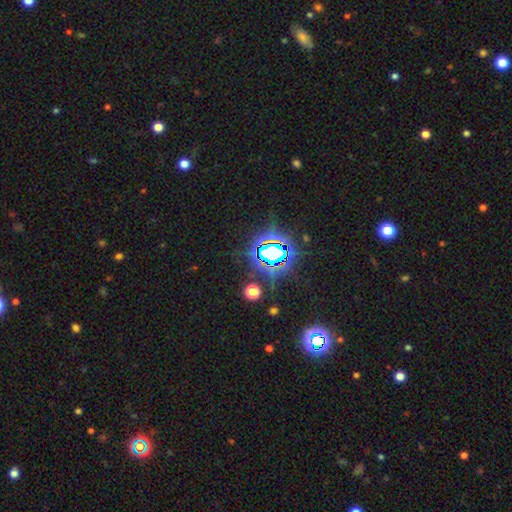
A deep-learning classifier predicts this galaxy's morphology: This is likely a star or artifact rather than a galaxy (80%).